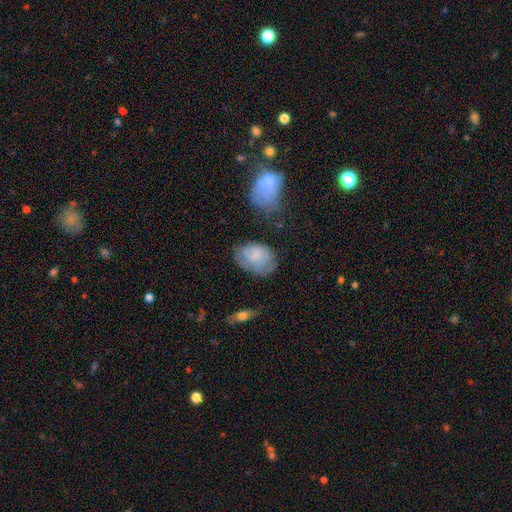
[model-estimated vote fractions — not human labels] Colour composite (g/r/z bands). It shows a smooth galaxy with no disk features (67%) that is in between round and cigar-shaped (81%). Merging: none (50%).